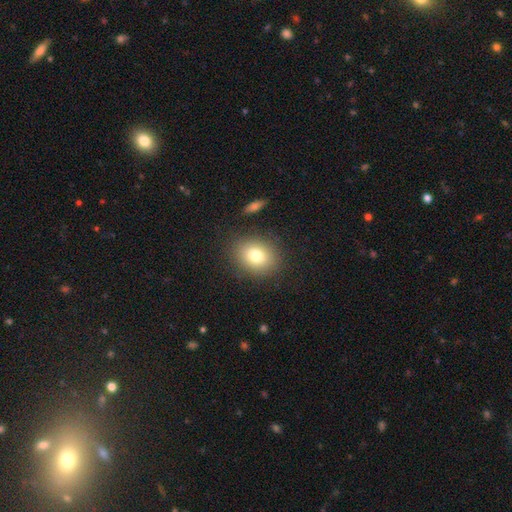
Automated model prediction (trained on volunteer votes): smooth_or_featured: smooth (p=0.78) [alt: featured or disk p=0.11]
how_rounded: round (p=0.52) [alt: in between p=0.47]
merging: none (p=0.85) [alt: minor disturbance p=0.09]